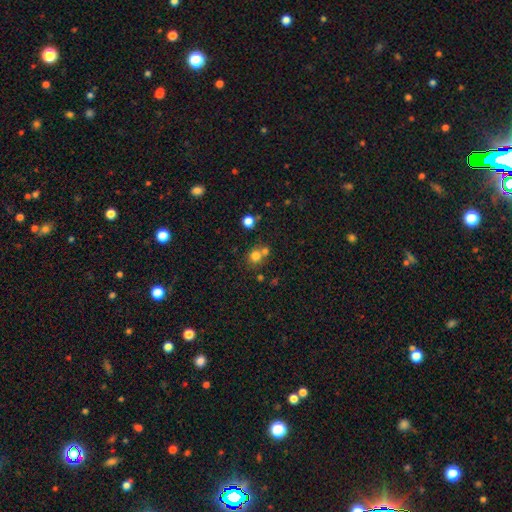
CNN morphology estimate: smooth 76%, star or artifact 15%, featured or disk 8%. Down the decision tree: how rounded — round (86%); merging — none (56%).